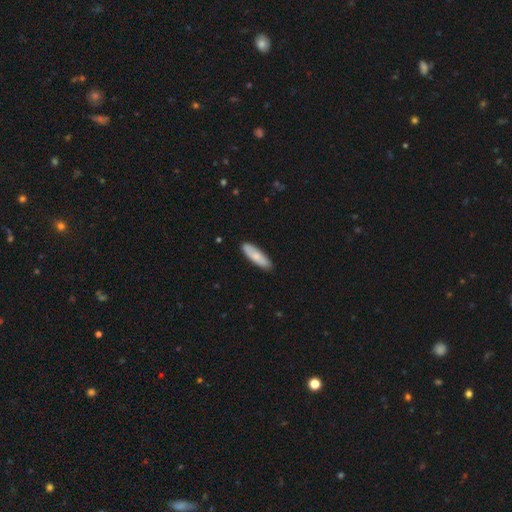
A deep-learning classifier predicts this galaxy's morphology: Smooth or featured?
  - smooth: 77% *
  - featured or disk: 17%
  - star or artifact: 5%
How rounded?
  - cigar-shaped: 56% *
  - in between: 42%
  - round: 2%
Merging?
  - none: 88% *
  - minor disturbance: 10%
  - major disturbance: 2%
  - merger: 1%